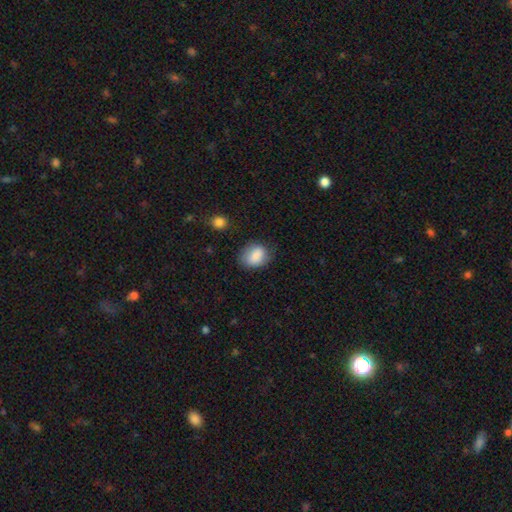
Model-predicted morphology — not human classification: type=smooth (84%); roundness=in between (64%); merging=none (69%).